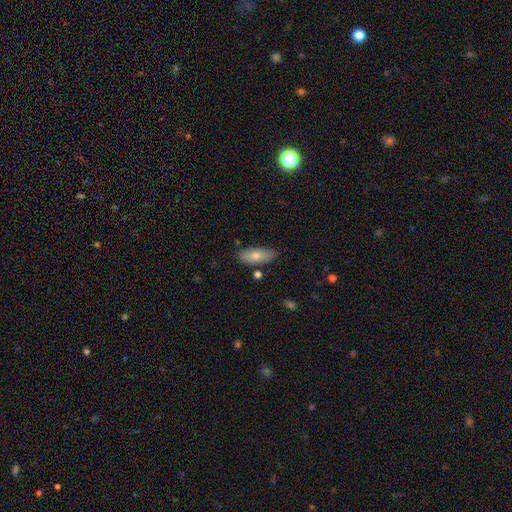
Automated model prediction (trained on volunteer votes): Morphology: type=smooth (79%); roundness=in between (79%); merging=none (79%).